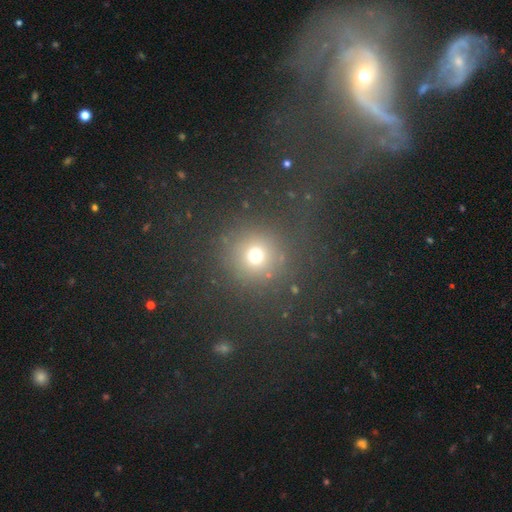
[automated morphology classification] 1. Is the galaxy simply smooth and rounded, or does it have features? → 68% smooth, 23% star or artifact, 10% featured or disk.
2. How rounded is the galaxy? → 91% round, 8% in between, 1% cigar-shaped.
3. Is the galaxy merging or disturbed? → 79% none, 10% minor disturbance, 8% major disturbance, 4% merger.